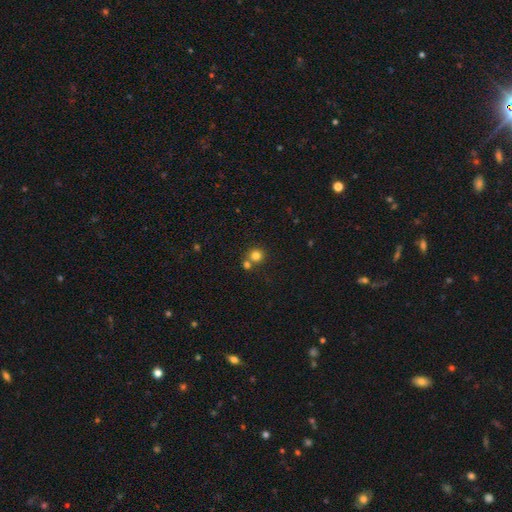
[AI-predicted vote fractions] A smooth galaxy with no disk features (81%) that is round (90%). Merging: none (60%).